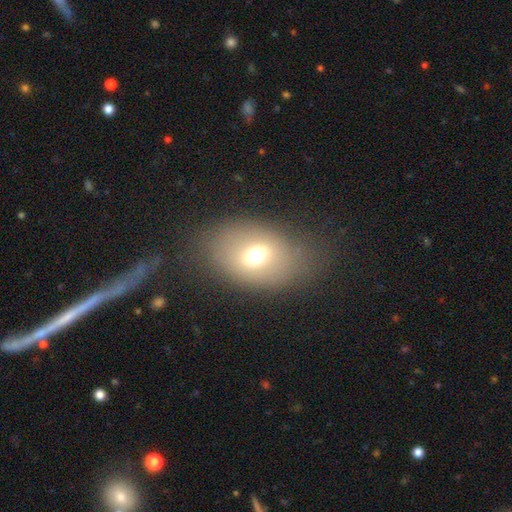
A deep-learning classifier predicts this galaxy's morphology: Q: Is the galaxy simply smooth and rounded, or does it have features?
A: smooth — 63%.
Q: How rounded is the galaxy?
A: in between — 73%.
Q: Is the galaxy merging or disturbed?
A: none — 72%.